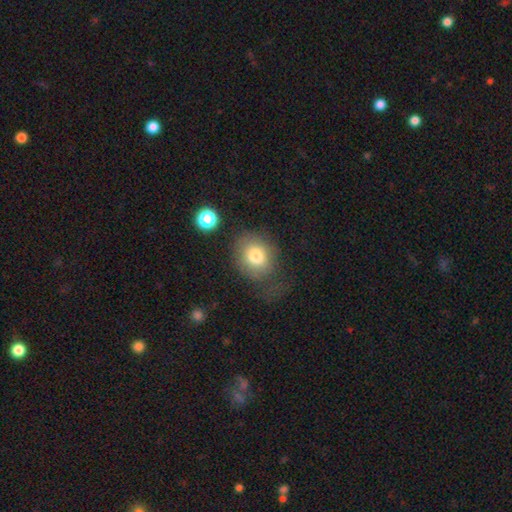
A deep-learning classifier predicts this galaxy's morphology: Smooth or featured?
  - smooth: 76% *
  - featured or disk: 13%
  - star or artifact: 11%
How rounded?
  - round: 64% *
  - in between: 35%
  - cigar-shaped: 1%
Merging?
  - none: 52% *
  - minor disturbance: 23%
  - major disturbance: 21%
  - merger: 4%